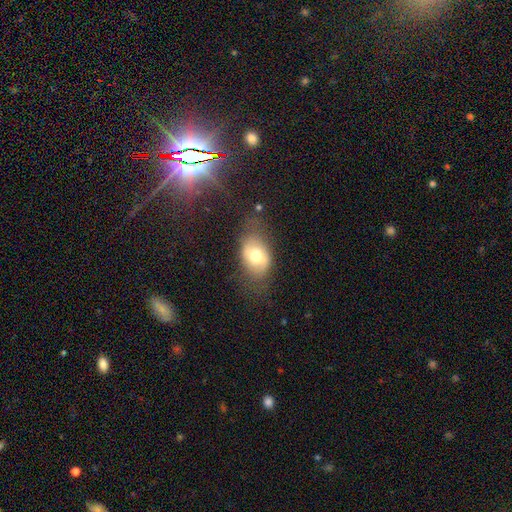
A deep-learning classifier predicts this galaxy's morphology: Q: Smooth or featured?
A: smooth (61%); runner-up: featured or disk (31%)
Q: How rounded?
A: in between (79%); runner-up: round (20%)
Q: Merging?
A: none (64%); runner-up: minor disturbance (22%)